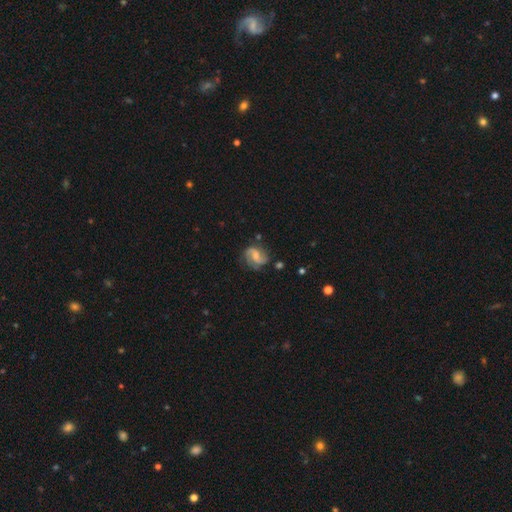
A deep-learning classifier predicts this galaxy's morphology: Smooth or featured?
  - featured or disk: 79% *
  - smooth: 15%
  - star or artifact: 7%
Edge-on disk?
  - no: 98% *
  - yes: 2%
Bar?
  - weak: 44% *
  - no: 43%
  - strong: 13%
Spiral arms?
  - yes: 95% *
  - no: 5%
Spiral winding?
  - medium: 48% *
  - loose: 29%
  - tight: 23%
Spiral arm count?
  - 2: 72% *
  - 3: 13%
  - can't tell: 8%
  - 1: 3%
  - 4: 2%
  - more than 4: 2%
Bulge size?
  - moderate: 47% *
  - small: 45%
  - none: 5%
  - large: 3%
  - dominant: 1%
Merging?
  - none: 70% *
  - minor disturbance: 20%
  - major disturbance: 7%
  - merger: 3%